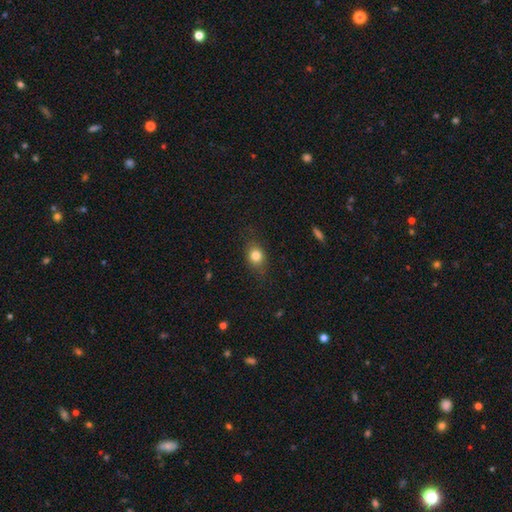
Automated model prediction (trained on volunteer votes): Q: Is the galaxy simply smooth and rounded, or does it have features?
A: smooth — 80%.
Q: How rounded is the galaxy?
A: round — 50%.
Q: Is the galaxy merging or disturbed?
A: none — 79%.